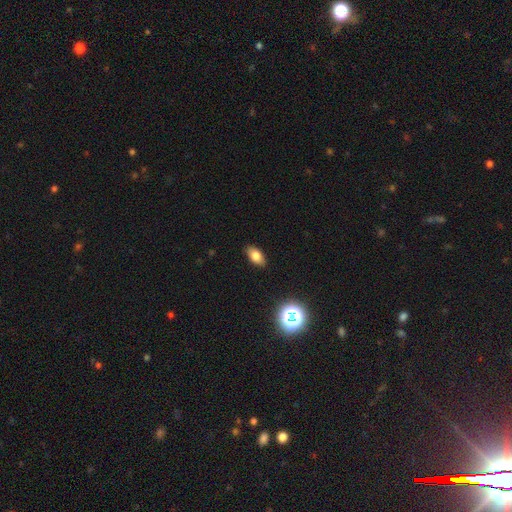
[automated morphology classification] This is likely a smooth galaxy (77%). How rounded: clearly in between (89%). Merging: clearly none (88%).